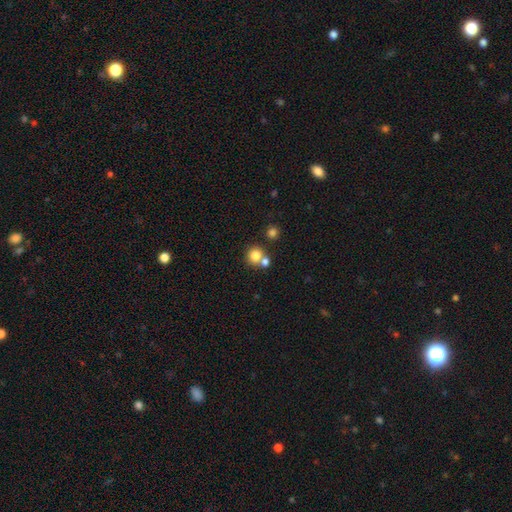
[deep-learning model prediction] smooth-or-featured: smooth: 80% | star or artifact: 12% | featured or disk: 9%
  how-rounded: round: 87% | in between: 12% | cigar-shaped: 1%
  merging: none: 57% | merger: 33% | minor disturbance: 7% | major disturbance: 3%